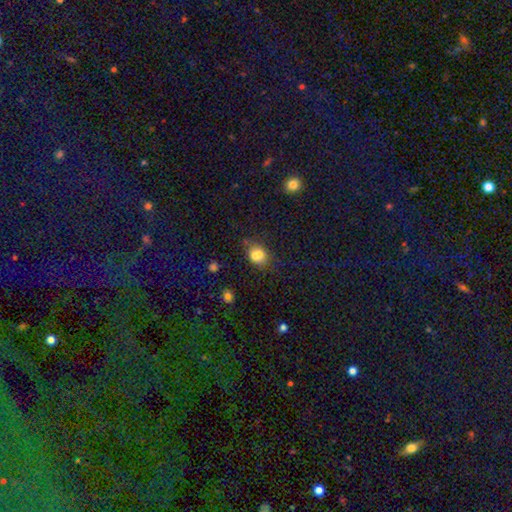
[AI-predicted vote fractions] Smooth or featured? Predicted: smooth (p=0.75). How rounded? Predicted: in between (p=0.55). Merging? Predicted: none (p=0.55).